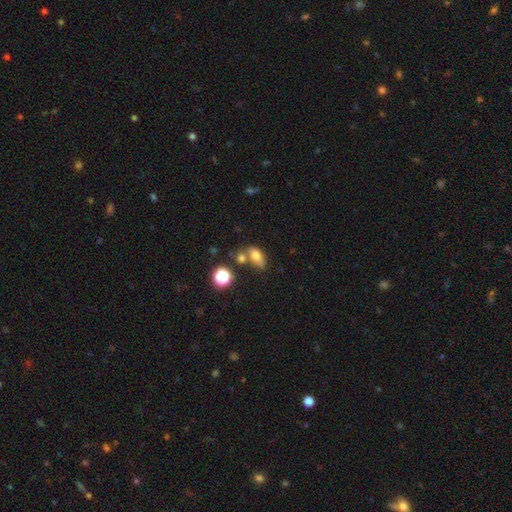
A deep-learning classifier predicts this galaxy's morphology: Smooth or featured? Predicted: smooth (p=0.70). How rounded? Predicted: in between (p=0.75). Merging? Predicted: none (p=0.47).